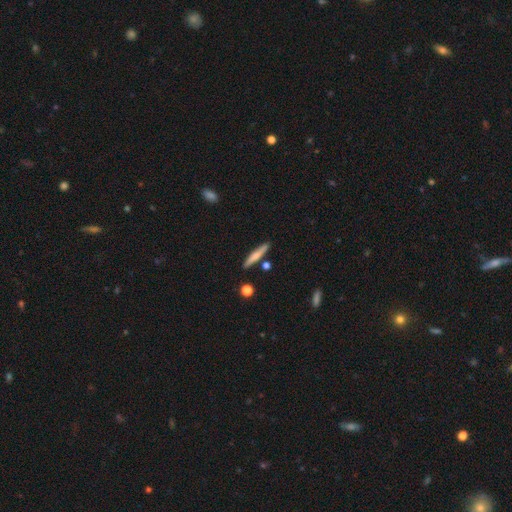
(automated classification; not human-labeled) A smooth galaxy with no disk features (55%) that is cigar-shaped (91%).

Vote fractions:
- Smooth or featured? smooth: 55% / featured or disk: 38% / star or artifact: 6%
- How rounded? cigar-shaped: 91% / in between: 7% / round: 2%
- Merging? none: 86% / minor disturbance: 8% / merger: 4% / major disturbance: 2%